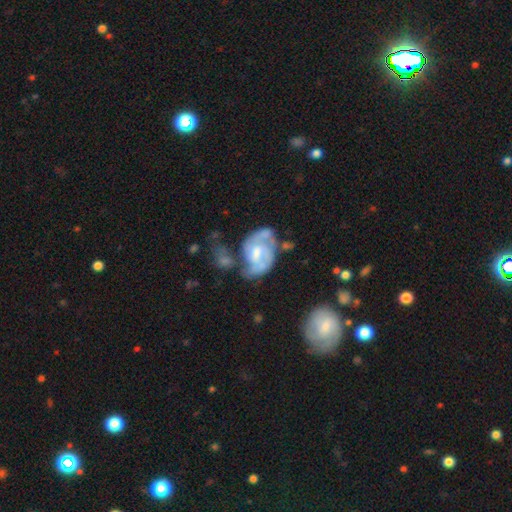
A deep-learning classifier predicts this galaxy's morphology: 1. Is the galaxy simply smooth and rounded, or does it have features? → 74% featured or disk, 20% smooth, 6% star or artifact.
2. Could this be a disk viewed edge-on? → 98% no, 2% yes.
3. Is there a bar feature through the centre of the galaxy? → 47% weak, 43% no, 10% strong.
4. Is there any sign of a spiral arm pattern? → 79% yes, 21% no.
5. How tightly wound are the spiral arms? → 45% medium, 34% tight, 21% loose.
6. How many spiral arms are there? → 57% 2, 24% can't tell, 8% 1, 6% 3, 2% 4, 2% more than 4.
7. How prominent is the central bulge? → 48% moderate, 33% small, 10% none, 8% large, 1% dominant.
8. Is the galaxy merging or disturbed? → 31% none, 25% major disturbance, 23% minor disturbance, 21% merger.